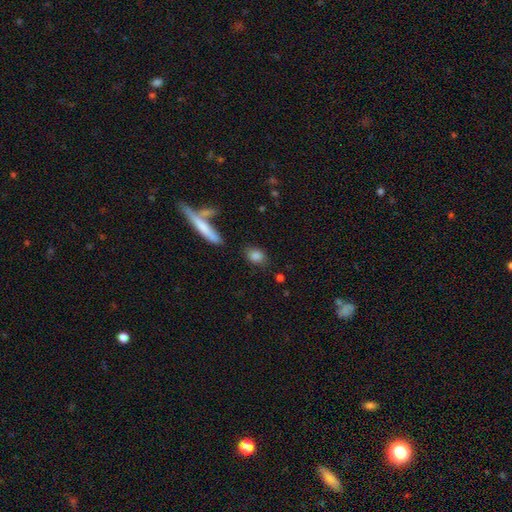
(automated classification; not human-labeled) Smooth or featured: smooth — 84% (star or artifact — 8%)
How rounded: in between — 55% (round — 39%)
Merging: none — 76% (minor disturbance — 13%)